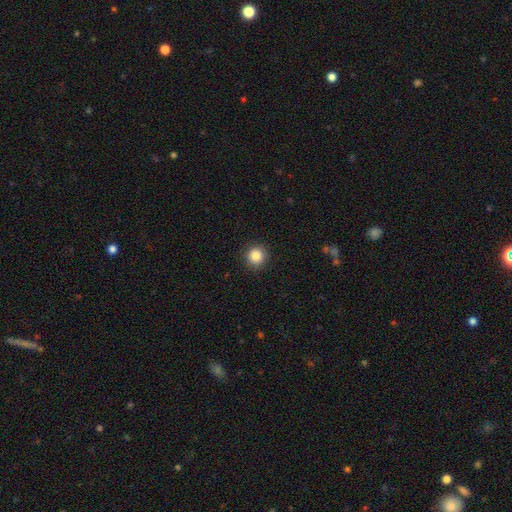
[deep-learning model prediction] A smooth galaxy with no disk features (86%) that is round (93%). Merging: none (91%).